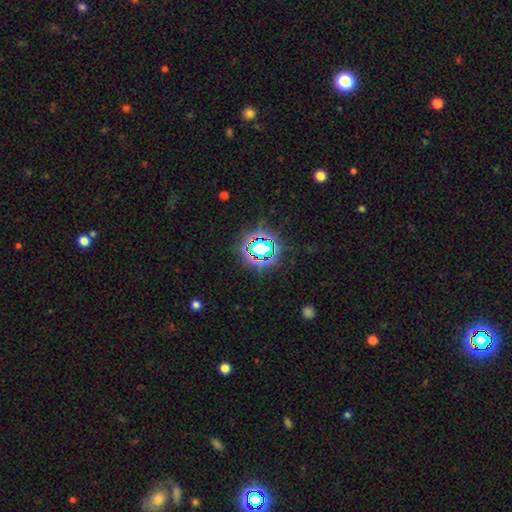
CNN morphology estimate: Q: Smooth or featured?
A: star or artifact (70%); runner-up: smooth (19%)